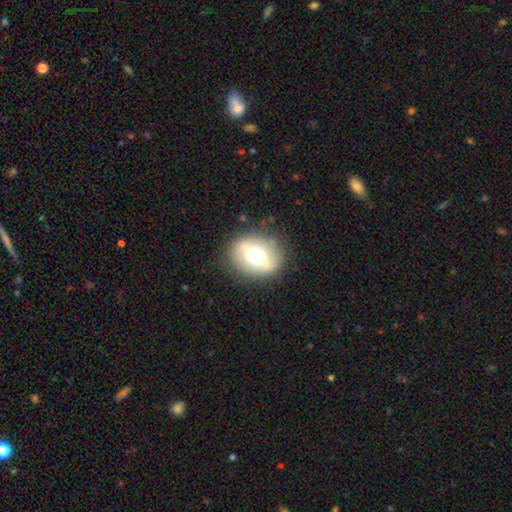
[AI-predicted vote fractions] smooth 54%, featured or disk 35%, star or artifact 11%. Down the decision tree: how rounded — round (56%); merging — none (81%).